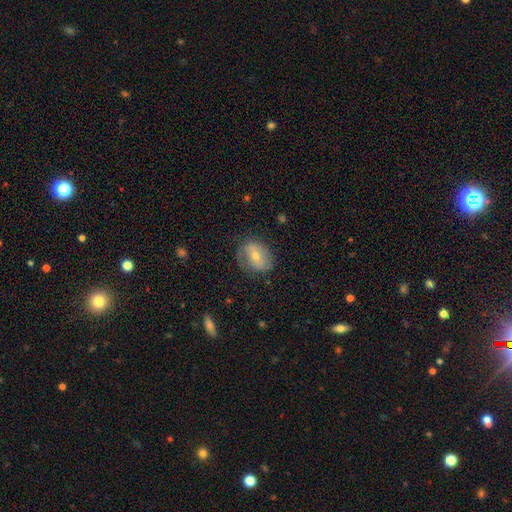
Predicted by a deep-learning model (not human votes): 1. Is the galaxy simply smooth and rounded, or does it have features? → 49% featured or disk, 41% smooth, 10% star or artifact.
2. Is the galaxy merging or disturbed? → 72% none, 19% minor disturbance, 7% major disturbance, 1% merger.